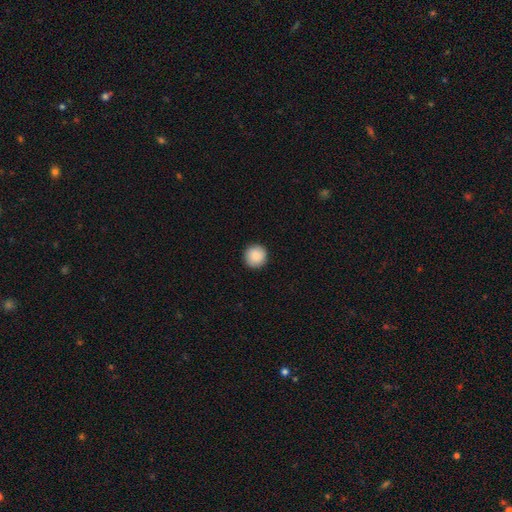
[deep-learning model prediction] smooth_or_featured: smooth (p=0.89) [alt: star or artifact p=0.07]
how_rounded: round (p=0.96) [alt: in between p=0.03]
merging: none (p=0.93) [alt: minor disturbance p=0.05]